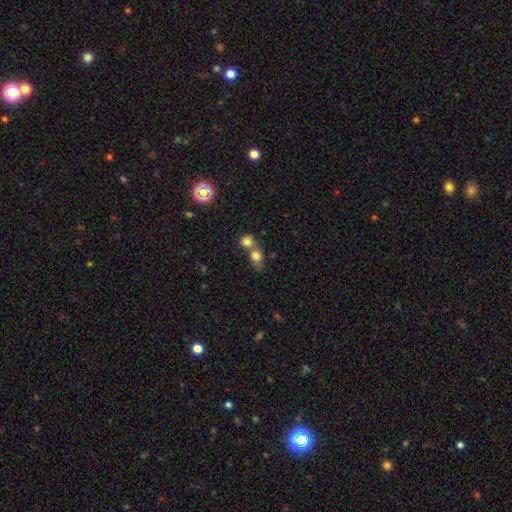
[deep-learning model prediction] smooth_or_featured: smooth (p=0.77) [alt: featured or disk p=0.12]
how_rounded: round (p=0.56) [alt: in between p=0.42]
merging: merger (p=0.60) [alt: none p=0.29]